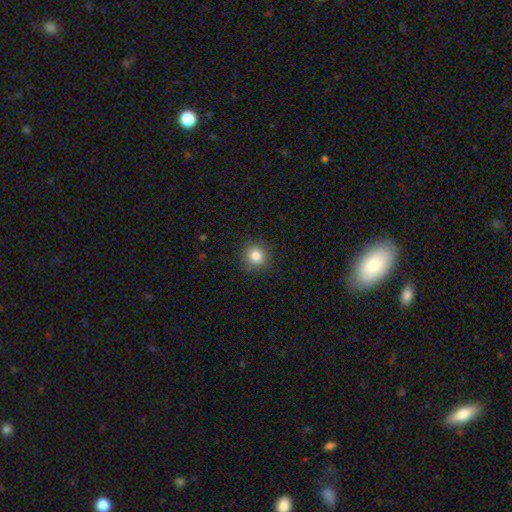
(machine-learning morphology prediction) Overall: smooth (84%). How rounded: round (92%). Merging: none (89%).